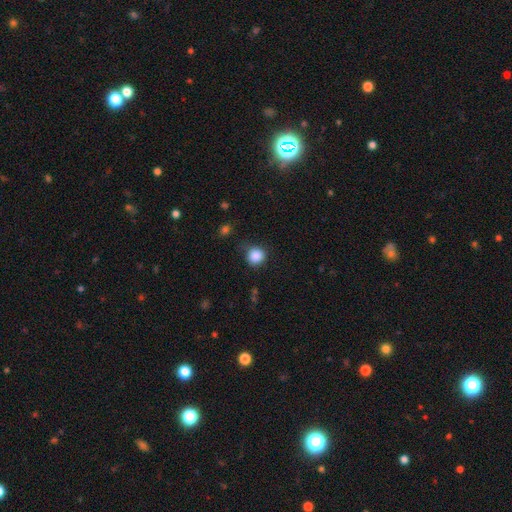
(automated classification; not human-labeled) This is clearly a smooth galaxy (87%). How rounded: clearly round (90%). Merging: likely none (74%).